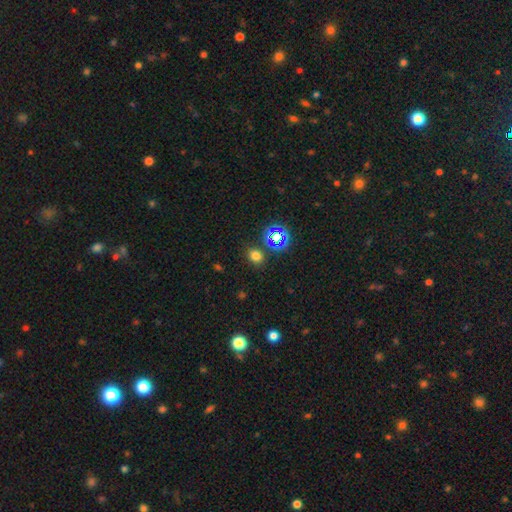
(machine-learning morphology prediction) The model was most divided on "how rounded": round: 55%, in between: 44%, cigar-shaped: 1%. More confident: merging — none (82%); smooth or featured — smooth (70%).